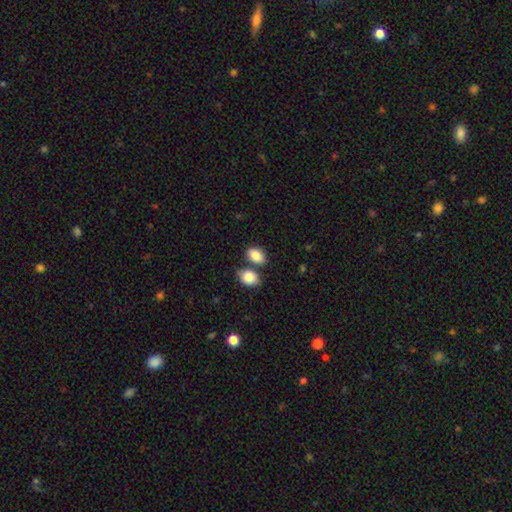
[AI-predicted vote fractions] A smooth galaxy with no disk features (86%) that is in between round and cigar-shaped (81%). Merging: none (59%).